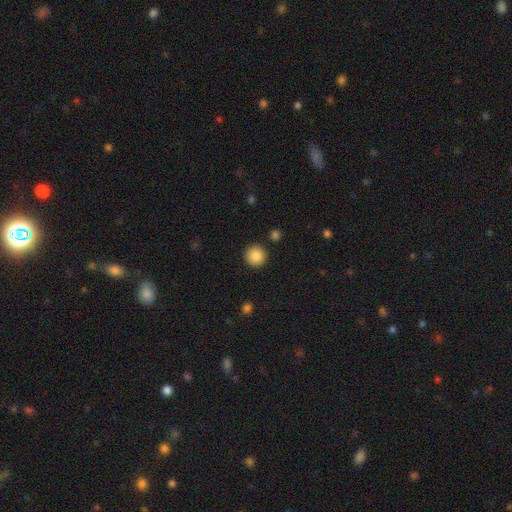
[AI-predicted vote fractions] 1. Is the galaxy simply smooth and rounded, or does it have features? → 88% smooth, 9% star or artifact, 4% featured or disk.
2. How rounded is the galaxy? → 94% round, 5% in between, 1% cigar-shaped.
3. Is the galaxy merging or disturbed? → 91% none, 5% minor disturbance, 2% major disturbance, 2% merger.